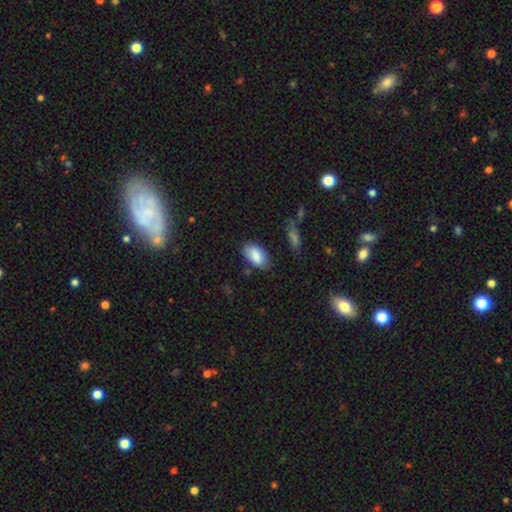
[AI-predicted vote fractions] Smooth or featured: smooth — 87% (featured or disk — 7%)
How rounded: in between — 94% (round — 3%)
Merging: none — 76% (minor disturbance — 18%)